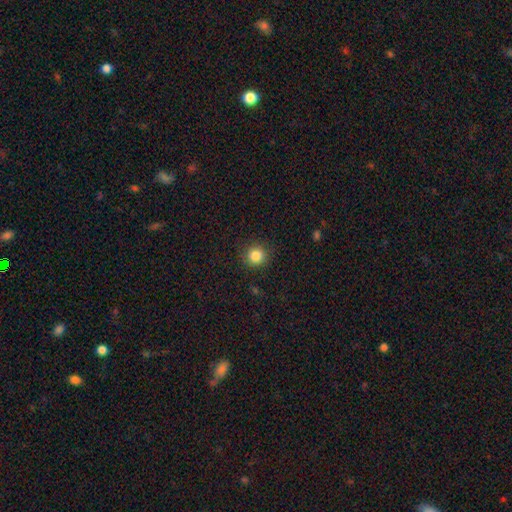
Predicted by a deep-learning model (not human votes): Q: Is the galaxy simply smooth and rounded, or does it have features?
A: smooth — 85%.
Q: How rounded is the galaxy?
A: round — 93%.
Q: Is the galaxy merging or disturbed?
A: none — 90%.